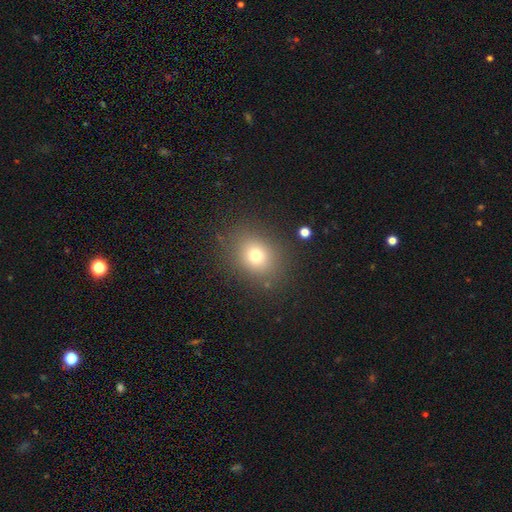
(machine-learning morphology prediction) smooth 72%, star or artifact 17%, featured or disk 12%. Down the decision tree: how rounded — round (66%); merging — none (83%).